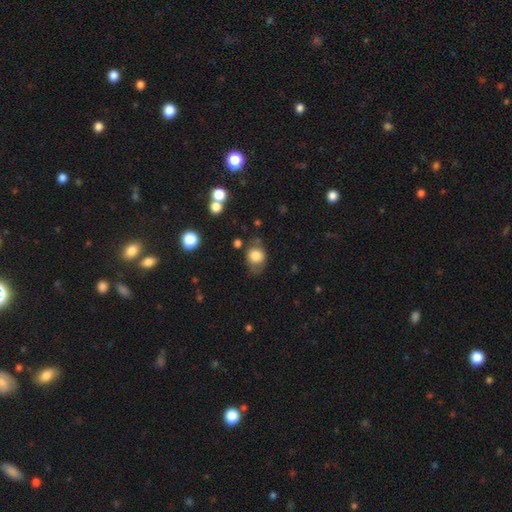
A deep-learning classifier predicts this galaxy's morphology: Smooth or featured? smooth (78%)
How rounded? round (57%)
Merging? none (59%)